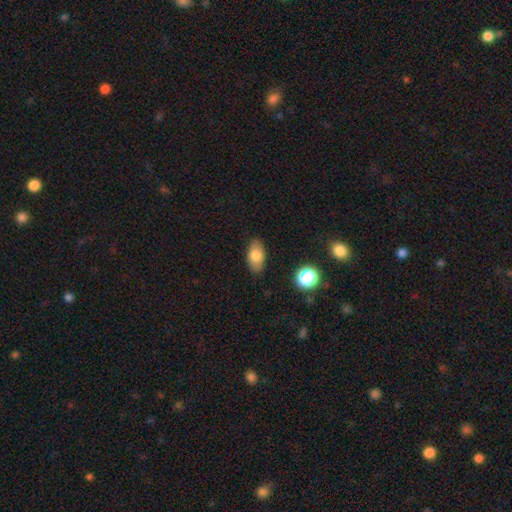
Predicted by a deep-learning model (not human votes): smooth 79%, featured or disk 13%, star or artifact 8%. Down the decision tree: how rounded — in between (91%); merging — none (84%).